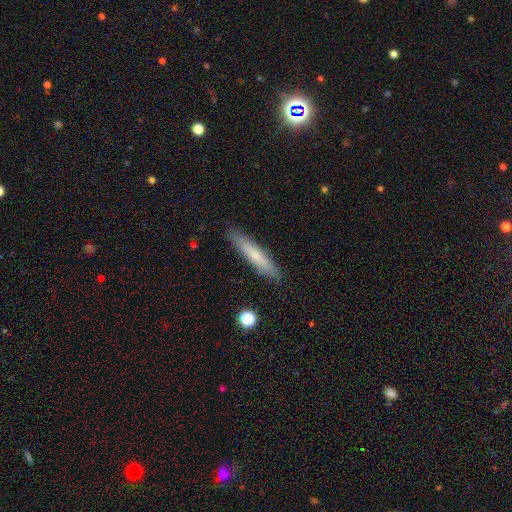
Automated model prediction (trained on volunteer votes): A smooth galaxy with no disk features (69%) that is cigar-shaped (91%). Merging: none (89%).